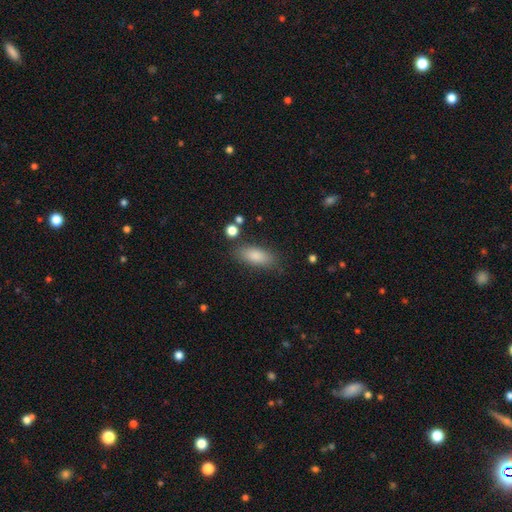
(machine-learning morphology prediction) smooth_or_featured: smooth (p=0.85) [alt: featured or disk p=0.08]
how_rounded: in between (p=0.80) [alt: cigar-shaped p=0.17]
merging: none (p=0.80) [alt: minor disturbance p=0.13]